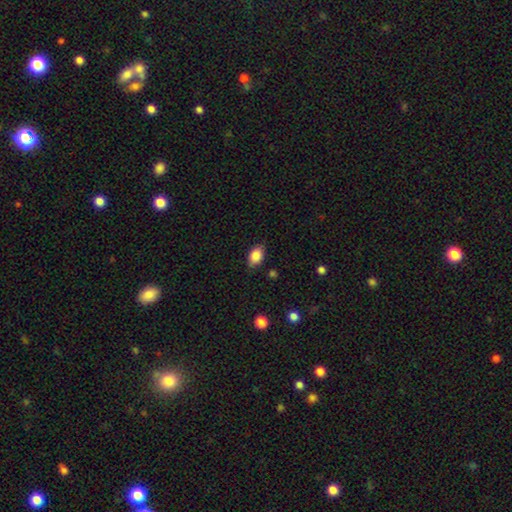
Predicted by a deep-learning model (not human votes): Smooth or featured? smooth (86%)
How rounded? in between (84%)
Merging? none (81%)